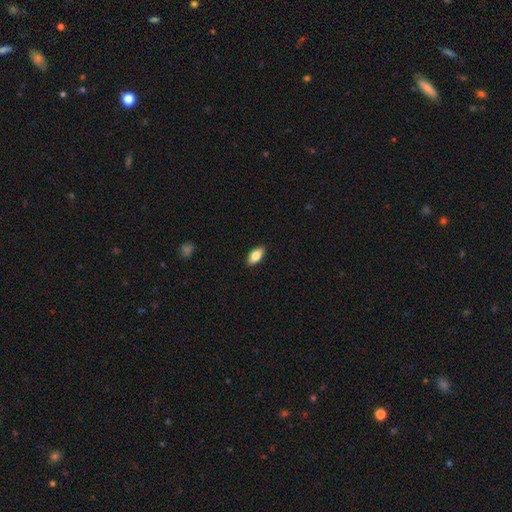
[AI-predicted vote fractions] Q: Smooth or featured?
A: smooth (81%); runner-up: featured or disk (12%)
Q: How rounded?
A: in between (89%); runner-up: cigar-shaped (7%)
Q: Merging?
A: none (89%); runner-up: minor disturbance (8%)